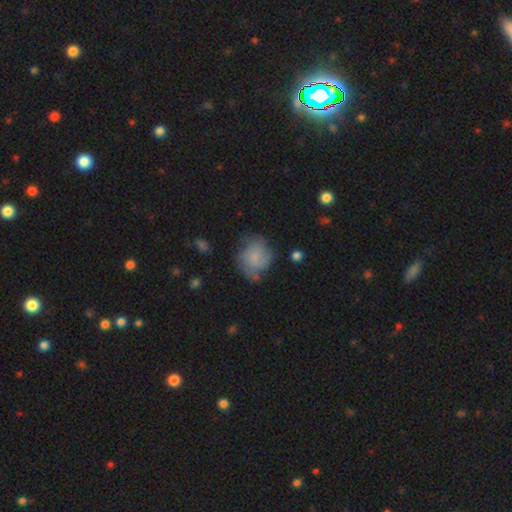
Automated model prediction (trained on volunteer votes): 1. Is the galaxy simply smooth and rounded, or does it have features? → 68% smooth, 24% featured or disk, 8% star or artifact.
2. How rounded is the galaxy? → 71% round, 28% in between, 1% cigar-shaped.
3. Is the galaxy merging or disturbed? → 52% none, 30% minor disturbance, 13% major disturbance, 4% merger.